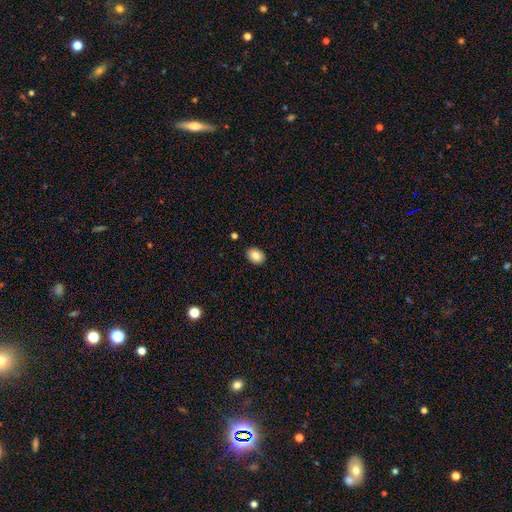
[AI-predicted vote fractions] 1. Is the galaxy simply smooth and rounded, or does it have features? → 85% smooth, 8% star or artifact, 7% featured or disk.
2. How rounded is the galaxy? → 69% in between, 30% round, 1% cigar-shaped.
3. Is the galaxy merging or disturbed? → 90% none, 7% minor disturbance, 2% major disturbance, 1% merger.